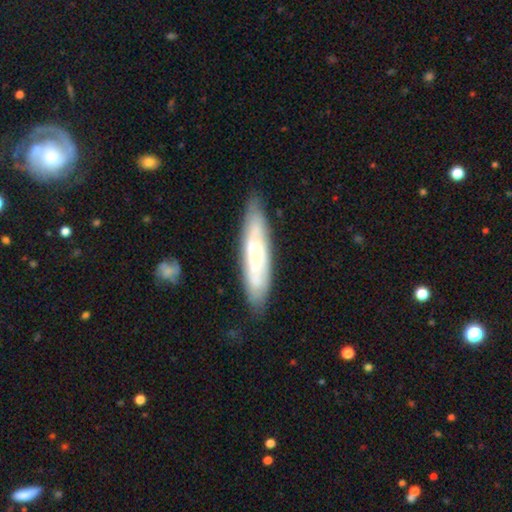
Smooth or featured?
  - smooth: 57% *
  - featured or disk: 41%
  - star or artifact: 3%
How rounded?
  - cigar-shaped: 90% *
  - in between: 10%
  - round: 0%
Merging?
  - none: 75% *
  - minor disturbance: 19%
  - major disturbance: 6%
  - merger: 0%